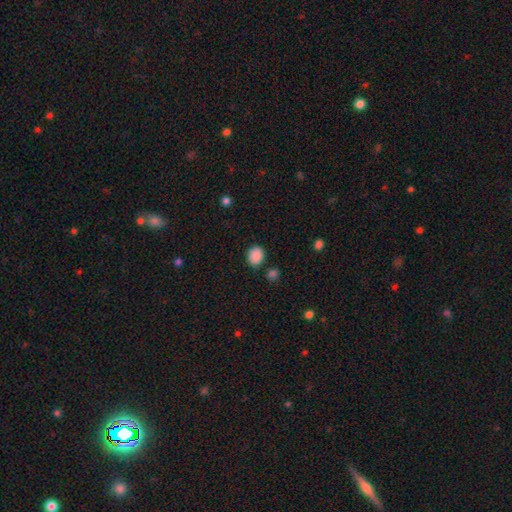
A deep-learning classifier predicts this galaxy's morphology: A smooth galaxy with no disk features (88%) that is round (54%). Merging: none (80%).